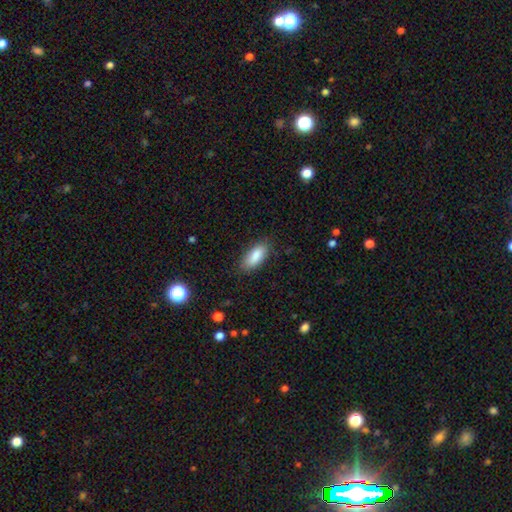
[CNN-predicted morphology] The model was most divided on "merging": none: 82%, minor disturbance: 14%, major disturbance: 3%, merger: 1%. More confident: smooth or featured — smooth (87%); how rounded — in between (85%).